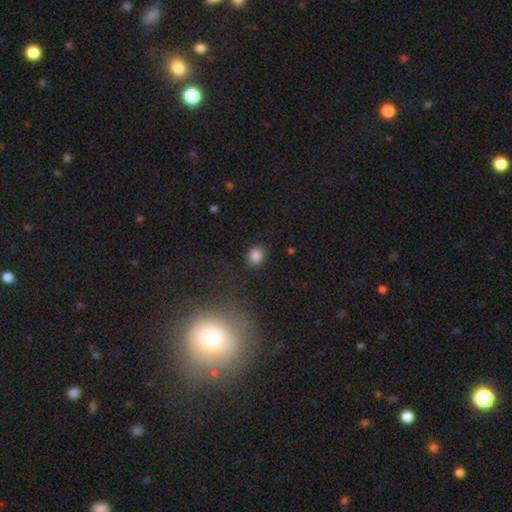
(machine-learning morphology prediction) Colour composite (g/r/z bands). It shows a smooth galaxy with no disk features (83%) that is round (69%). Merging: none (86%).